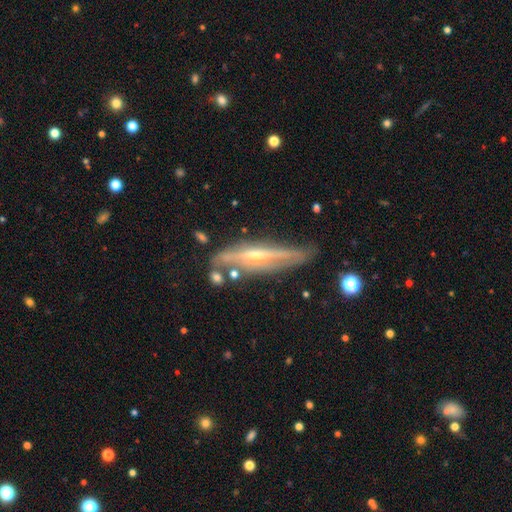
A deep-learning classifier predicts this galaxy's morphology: Smooth or featured?
  - featured or disk: 79% *
  - smooth: 15%
  - star or artifact: 6%
Edge-on disk?
  - yes: 90% *
  - no: 10%
Edge-on bulge?
  - rounded: 77% *
  - none: 17%
  - boxy: 6%
Merging?
  - none: 71% *
  - minor disturbance: 18%
  - merger: 6%
  - major disturbance: 5%